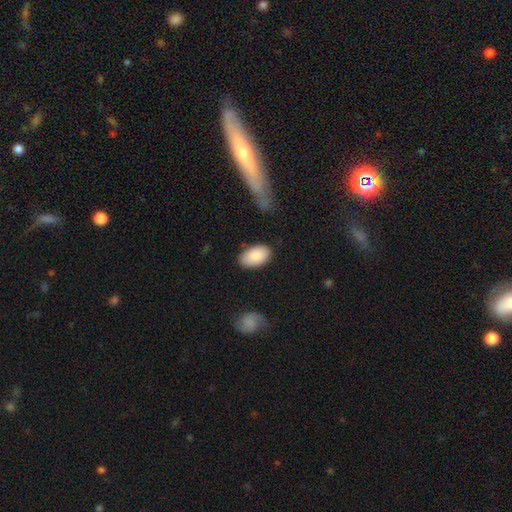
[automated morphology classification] Smooth or featured: smooth — 88% (featured or disk — 7%)
How rounded: in between — 94% (round — 4%)
Merging: none — 81% (minor disturbance — 14%)